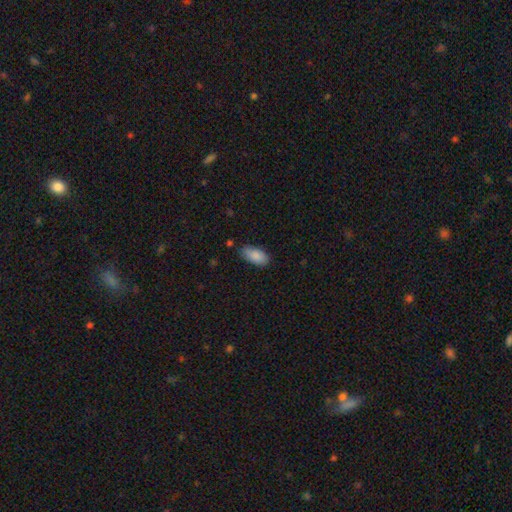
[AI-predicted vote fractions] Morphology: type=smooth (88%); roundness=in between (92%); merging=none (78%).